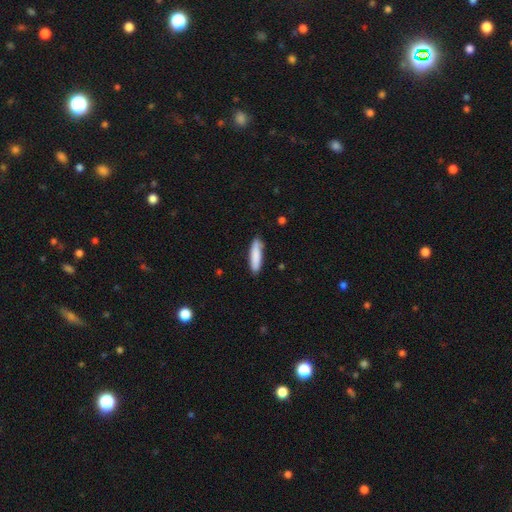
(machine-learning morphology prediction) smooth-or-featured: smooth: 85% | featured or disk: 10% | star or artifact: 6%
  how-rounded: cigar-shaped: 72% | in between: 27% | round: 1%
  merging: none: 83% | minor disturbance: 13% | major disturbance: 2% | merger: 2%